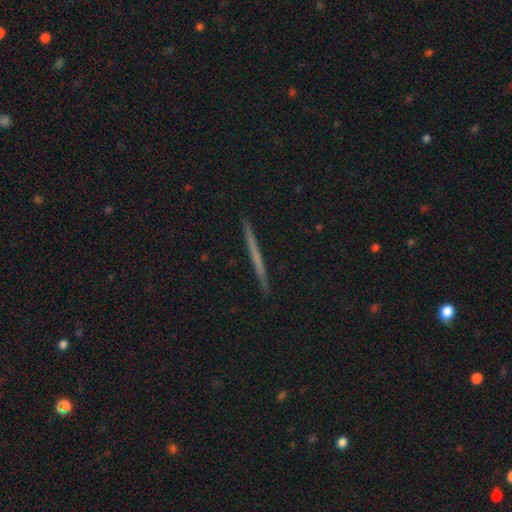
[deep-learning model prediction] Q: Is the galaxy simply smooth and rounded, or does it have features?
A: featured or disk — 51%.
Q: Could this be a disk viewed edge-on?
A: yes — 98%.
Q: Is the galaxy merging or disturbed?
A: none — 93%.